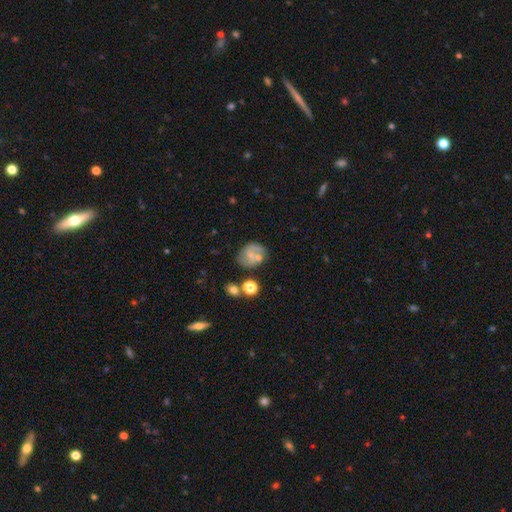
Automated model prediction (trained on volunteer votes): Smooth or featured? smooth (54%)
How rounded? round (53%)
Merging? none (52%)